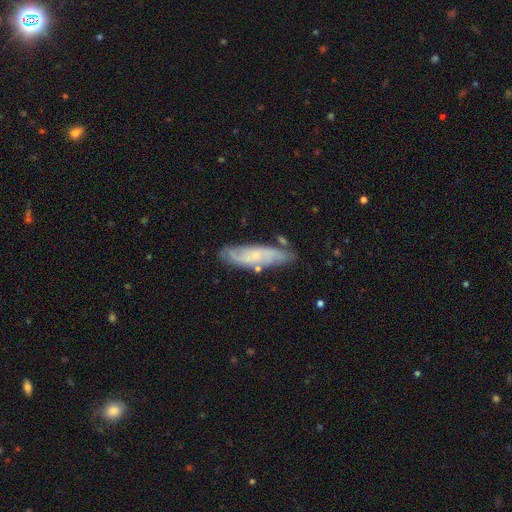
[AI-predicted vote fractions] Smooth or featured: featured or disk — 64% (smooth — 29%)
Edge-on disk: no — 77% (yes — 23%)
Merging: none — 72% (minor disturbance — 19%)